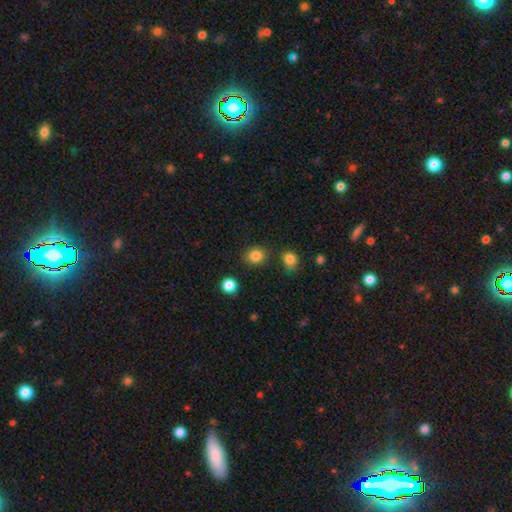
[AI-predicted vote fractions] This appears to be a smooth galaxy with no disk features (84%) that is round (75%). Merging: none (84%).